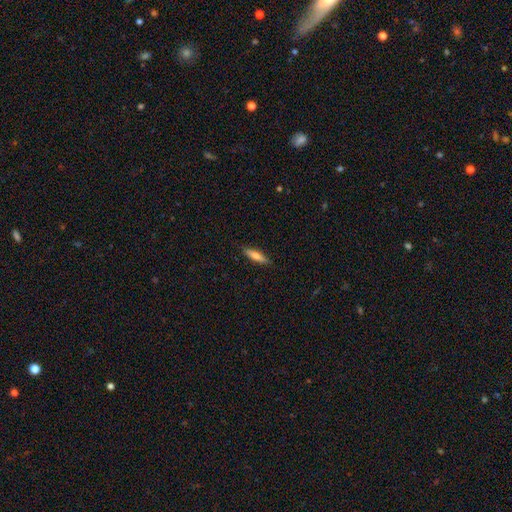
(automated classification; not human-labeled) This appears to be a smooth galaxy with no disk features (67%) that is cigar-shaped (73%). Merging: none (88%).